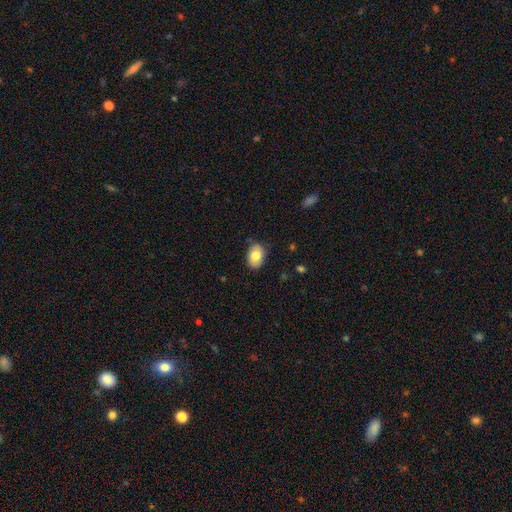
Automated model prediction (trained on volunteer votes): Q: Smooth or featured?
A: smooth (78%); runner-up: featured or disk (15%)
Q: How rounded?
A: in between (82%); runner-up: round (17%)
Q: Merging?
A: none (78%); runner-up: minor disturbance (18%)